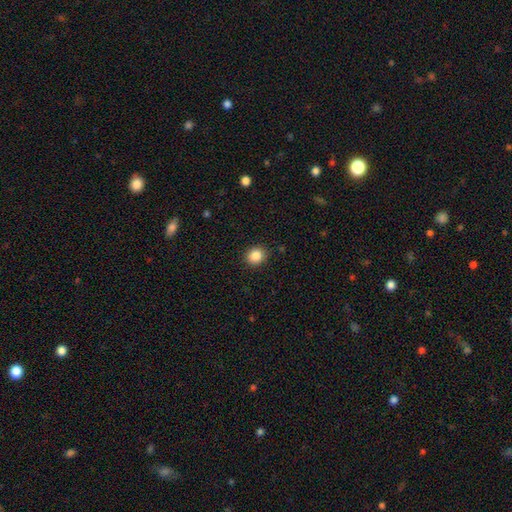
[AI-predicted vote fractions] Smooth or featured? Predicted: smooth (p=0.86). How rounded? Predicted: round (p=0.80). Merging? Predicted: none (p=0.89).